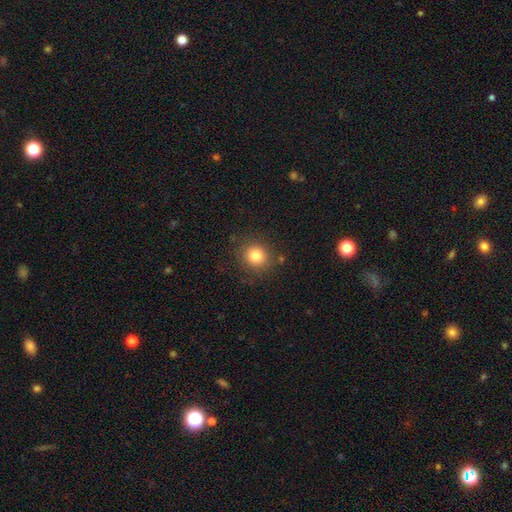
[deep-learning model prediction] smooth 80%, star or artifact 12%, featured or disk 8%. Down the decision tree: how rounded — round (86%); merging — none (85%).